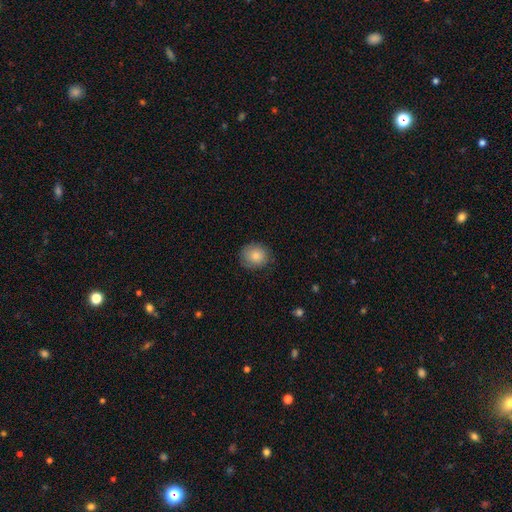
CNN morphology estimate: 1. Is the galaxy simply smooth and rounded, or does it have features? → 79% smooth, 12% featured or disk, 8% star or artifact.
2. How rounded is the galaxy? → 81% round, 18% in between, 1% cigar-shaped.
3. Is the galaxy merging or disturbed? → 82% none, 14% minor disturbance, 3% major disturbance, 1% merger.